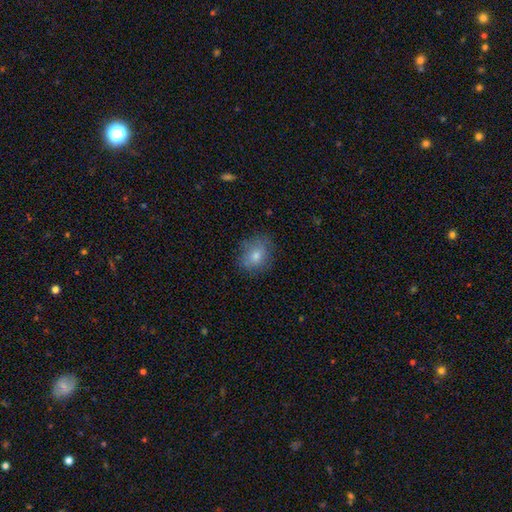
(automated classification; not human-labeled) Smooth or featured: smooth — 75% (featured or disk — 14%)
How rounded: in between — 51% (round — 48%)
Merging: none — 77% (minor disturbance — 17%)